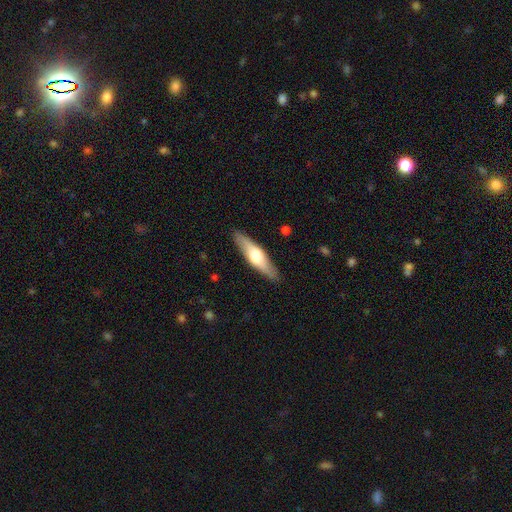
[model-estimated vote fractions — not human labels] smooth_or_featured: featured or disk (p=0.48) [alt: smooth p=0.47]
merging: none (p=0.88) [alt: minor disturbance p=0.09]